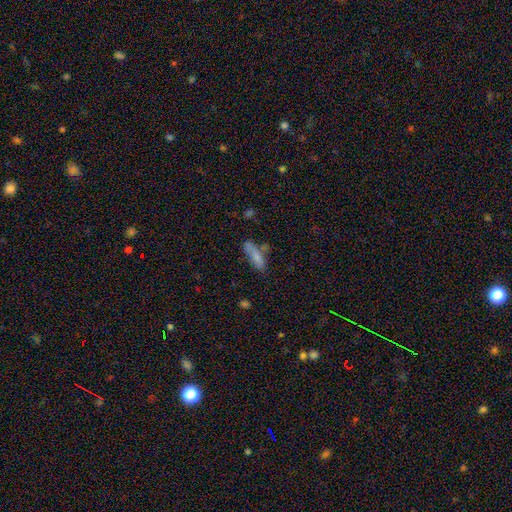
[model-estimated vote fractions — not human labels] Smooth or featured: smooth — 77% (featured or disk — 14%)
How rounded: in between — 49% (cigar-shaped — 48%)
Merging: none — 53% (minor disturbance — 24%)